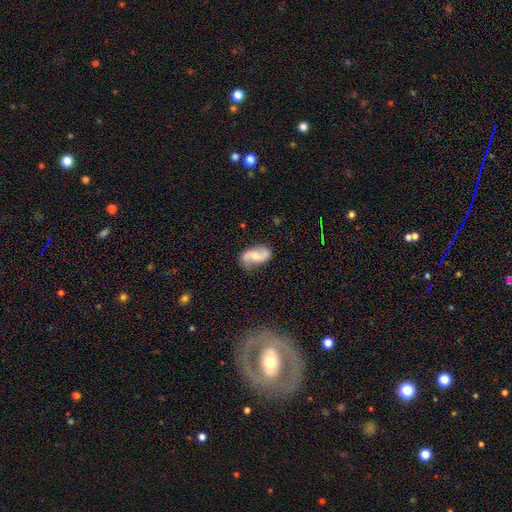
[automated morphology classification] type=featured or disk (62%); edge-on=no (96%); bar=no (53%); spiral arms=yes (92%); winding=loose (61%); arm count=2 (91%); bulge=moderate (47%); merging=none (76%).